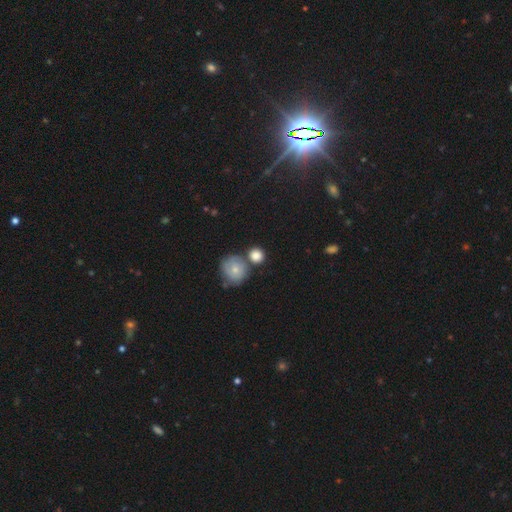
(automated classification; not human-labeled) The model was most divided on "merging": none: 64%, merger: 20%, minor disturbance: 11%, major disturbance: 4%. More confident: how rounded — round (87%); smooth or featured — smooth (80%).